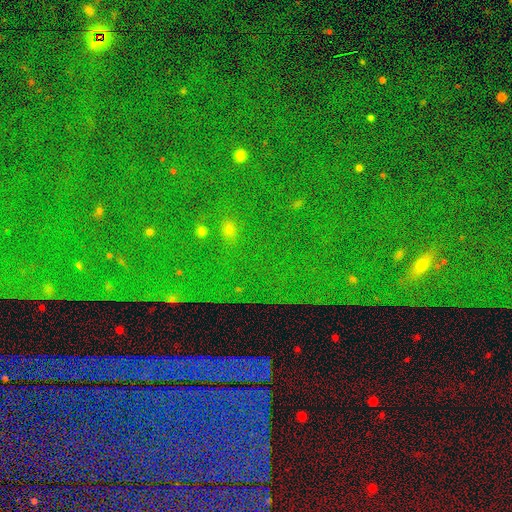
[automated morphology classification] smooth_or_featured: star or artifact (p=0.86) [alt: featured or disk p=0.07]